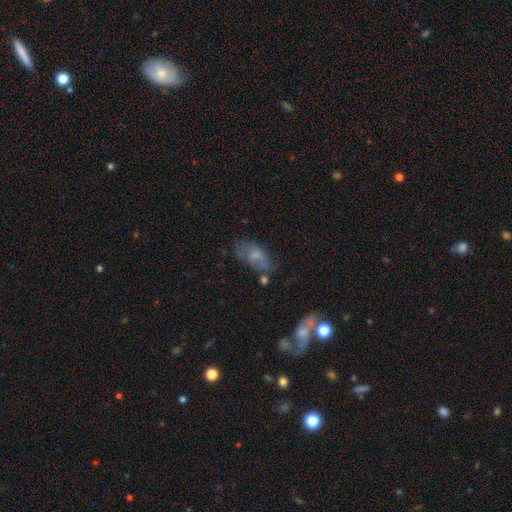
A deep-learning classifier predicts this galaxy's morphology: This appears to be a smooth galaxy with no disk features (59%) that is in between round and cigar-shaped (88%). Merging: none (45%).